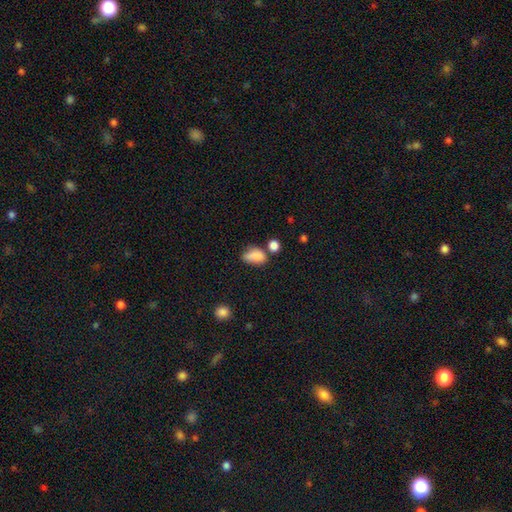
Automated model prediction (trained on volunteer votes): Overall: smooth (83%). How rounded: in between (86%). Merging: none (45%; minor disturbance 27%).